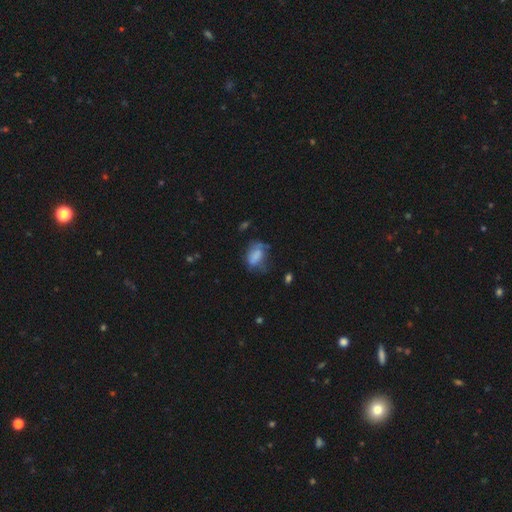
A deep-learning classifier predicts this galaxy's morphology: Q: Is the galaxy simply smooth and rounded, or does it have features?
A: smooth — 66%.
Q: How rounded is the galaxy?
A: in between — 82%.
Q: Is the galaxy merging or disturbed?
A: none — 36%.